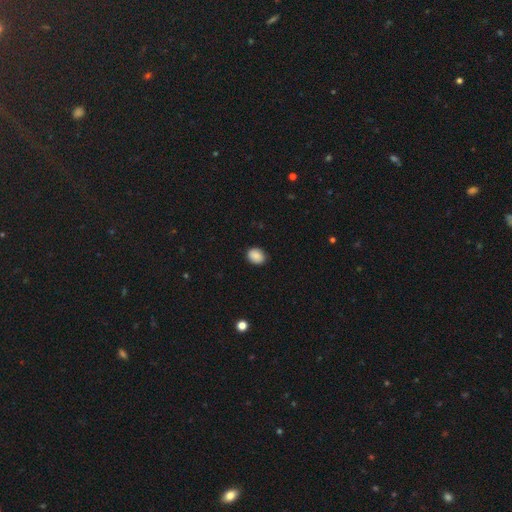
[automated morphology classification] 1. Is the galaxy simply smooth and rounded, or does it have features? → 87% smooth, 8% star or artifact, 5% featured or disk.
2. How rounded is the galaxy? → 51% round, 48% in between, 1% cigar-shaped.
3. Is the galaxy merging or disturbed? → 86% none, 11% minor disturbance, 2% major disturbance, 1% merger.